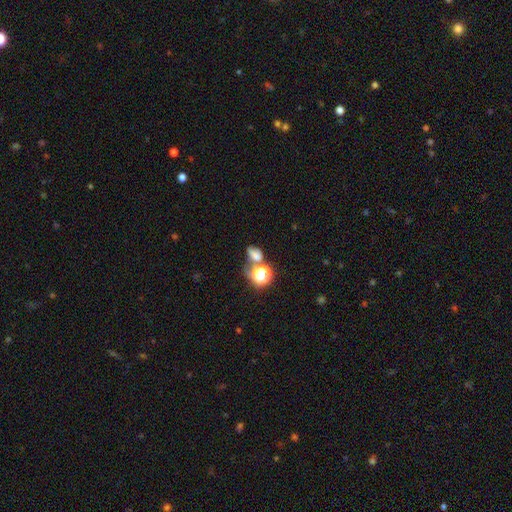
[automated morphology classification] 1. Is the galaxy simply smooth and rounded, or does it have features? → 56% smooth, 28% star or artifact, 16% featured or disk.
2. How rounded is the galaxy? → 57% in between, 41% round, 2% cigar-shaped.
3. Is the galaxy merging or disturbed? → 39% none, 32% merger, 16% minor disturbance, 14% major disturbance.